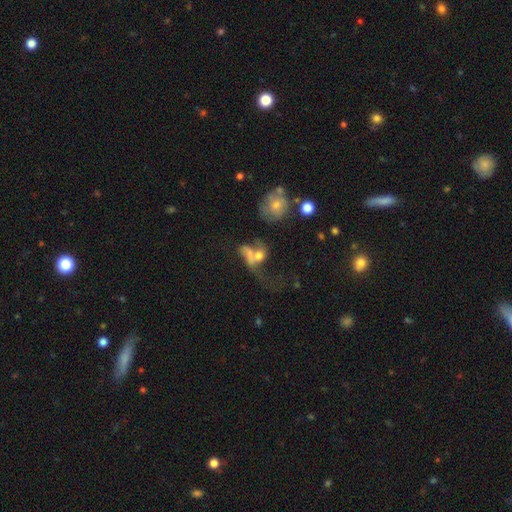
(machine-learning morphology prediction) A smooth galaxy with no disk features (44%). Merging: merger (51%).